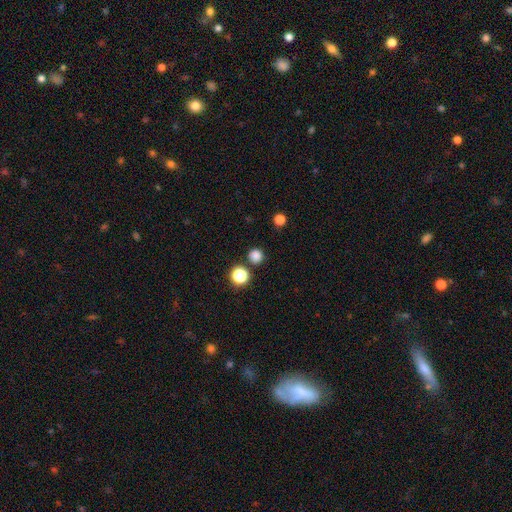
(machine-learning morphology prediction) Overall: smooth (81%). How rounded: round (94%). Merging: none (86%).